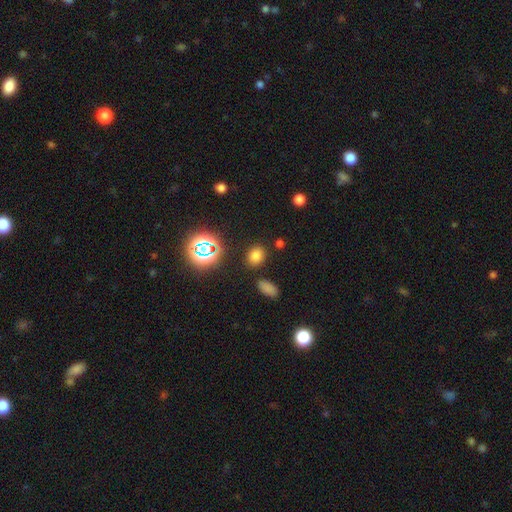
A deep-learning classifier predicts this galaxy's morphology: The model was most divided on "how rounded": in between: 57%, round: 41%, cigar-shaped: 2%. More confident: merging — none (85%); smooth or featured — smooth (73%).